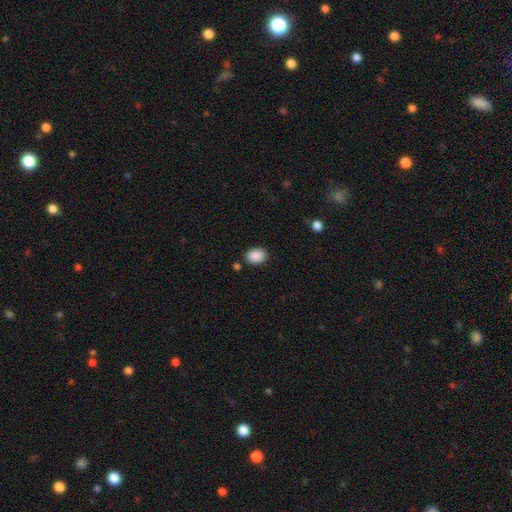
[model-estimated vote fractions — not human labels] A smooth galaxy with no disk features (89%) that is in between round and cigar-shaped (76%).

Vote fractions:
- Smooth or featured? smooth: 89% / star or artifact: 8% / featured or disk: 3%
- How rounded? in between: 76% / round: 23% / cigar-shaped: 1%
- Merging? none: 83% / minor disturbance: 11% / merger: 3% / major disturbance: 3%